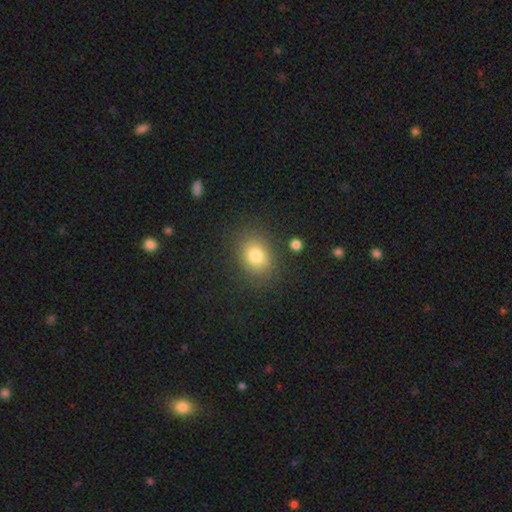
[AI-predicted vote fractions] smooth 79%, star or artifact 11%, featured or disk 10%. Down the decision tree: how rounded — in between (58%); merging — none (82%).